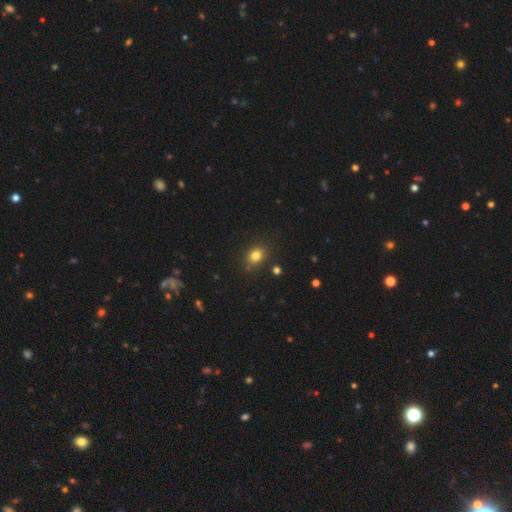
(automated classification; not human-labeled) smooth 80%, star or artifact 13%, featured or disk 7%. Down the decision tree: how rounded — round (50%); merging — none (84%).